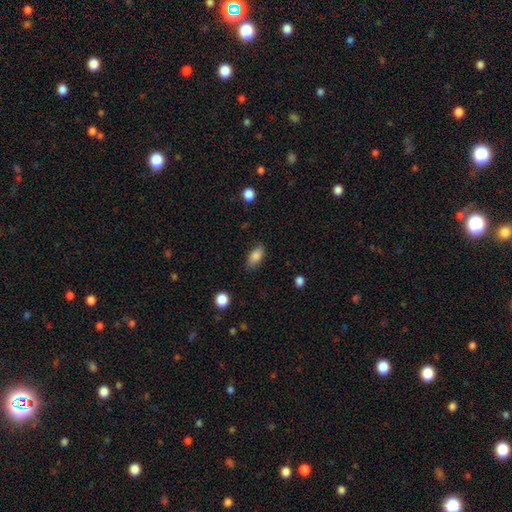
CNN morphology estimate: A smooth galaxy with no disk features (84%) that is in between round and cigar-shaped (87%).

Vote fractions:
- Smooth or featured? smooth: 84% / featured or disk: 9% / star or artifact: 8%
- How rounded? in between: 87% / cigar-shaped: 9% / round: 4%
- Merging? none: 80% / minor disturbance: 15% / major disturbance: 4% / merger: 1%